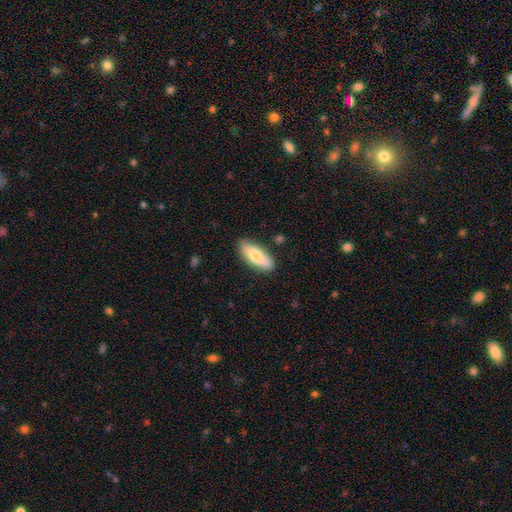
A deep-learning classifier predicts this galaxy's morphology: Overall: smooth (74%). How rounded: in between (74%). Merging: none (81%).